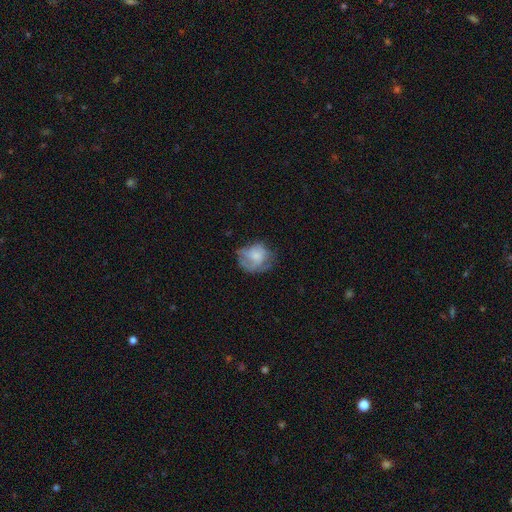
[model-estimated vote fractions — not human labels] smooth_or_featured: smooth (p=0.57) [alt: featured or disk p=0.34]
how_rounded: round (p=0.61) [alt: in between p=0.38]
merging: none (p=0.45) [alt: minor disturbance p=0.29]